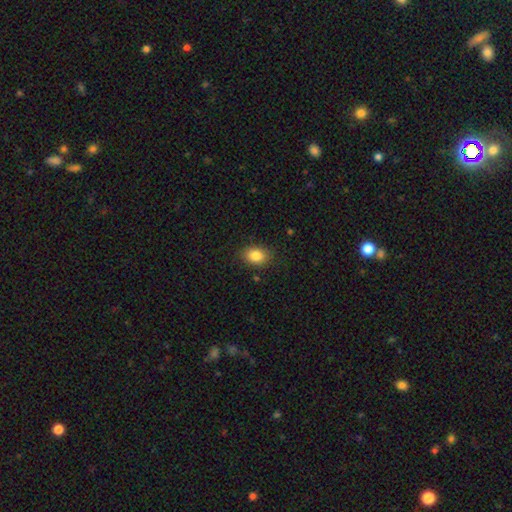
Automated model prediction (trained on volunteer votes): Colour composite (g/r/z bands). It shows a smooth galaxy with no disk features (85%) that is in between round and cigar-shaped (73%). Merging: none (85%).